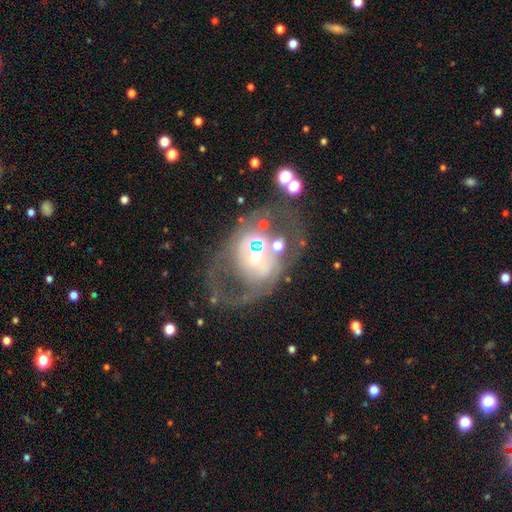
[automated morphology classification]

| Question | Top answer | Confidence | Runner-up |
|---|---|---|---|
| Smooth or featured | featured or disk | 67% | smooth (20%) |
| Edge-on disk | no | 94% | yes (6%) |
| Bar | no | 52% | weak (29%) |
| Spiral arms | no | 56% | yes (44%) |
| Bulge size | moderate | 51% | small (29%) |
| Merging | none | 51% | major disturbance (22%) |